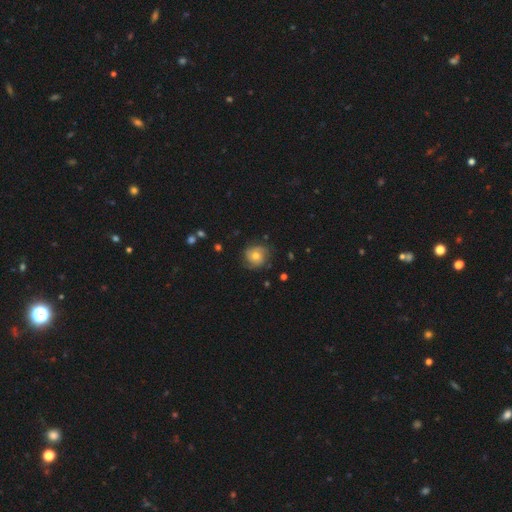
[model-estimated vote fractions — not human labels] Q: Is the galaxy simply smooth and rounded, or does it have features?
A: featured or disk — 61%.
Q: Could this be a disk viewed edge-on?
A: no — 98%.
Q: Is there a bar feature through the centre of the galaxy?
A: no — 79%.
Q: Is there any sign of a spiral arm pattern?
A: yes — 90%.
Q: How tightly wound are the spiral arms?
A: tight — 53%.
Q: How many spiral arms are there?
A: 2 — 31%.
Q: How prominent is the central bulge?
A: moderate — 70%.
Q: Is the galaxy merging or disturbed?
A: none — 77%.